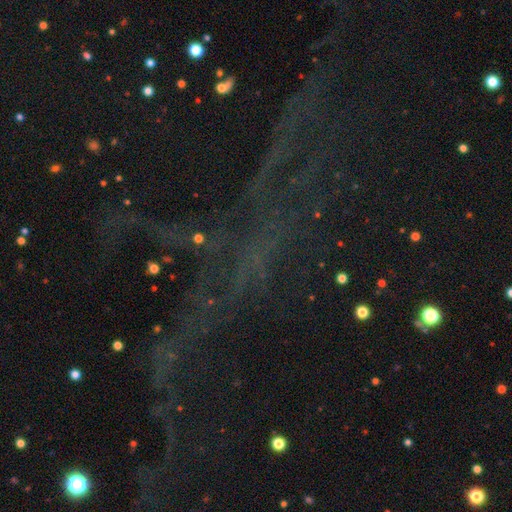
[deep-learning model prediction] Q: Smooth or featured?
A: star or artifact (75%); runner-up: featured or disk (15%)